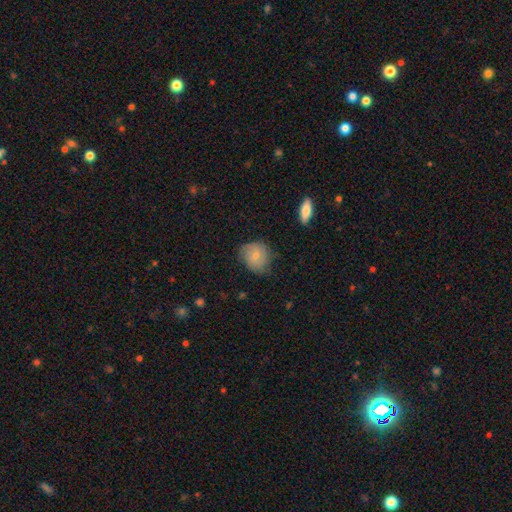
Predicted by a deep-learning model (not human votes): Smooth or featured? Predicted: smooth (p=0.57). How rounded? Predicted: round (p=0.71). Merging? Predicted: none (p=0.64).